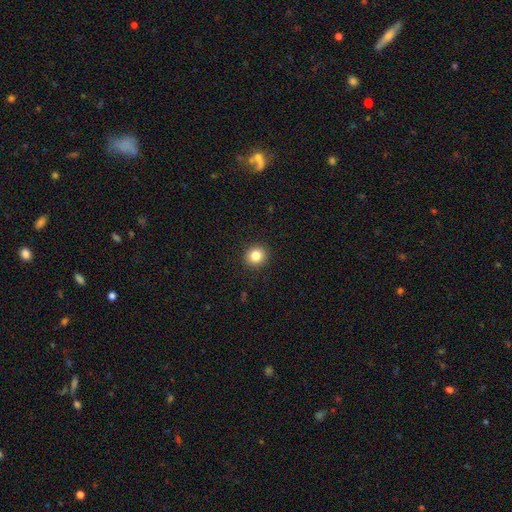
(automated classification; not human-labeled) This is clearly a smooth galaxy (84%). How rounded: clearly round (87%). Merging: clearly none (91%).